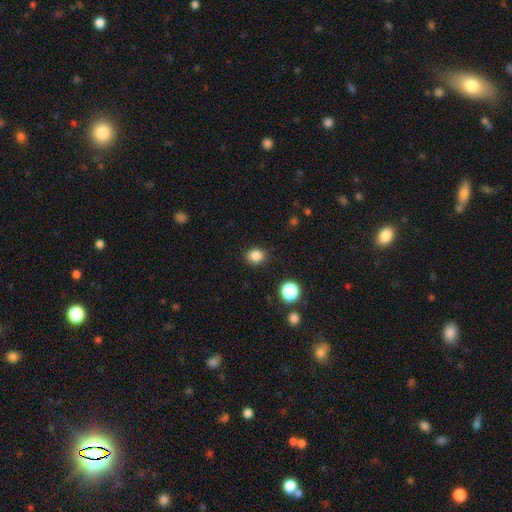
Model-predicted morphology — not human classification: A smooth galaxy with no disk features (84%) that is round (64%). Merging: none (88%).